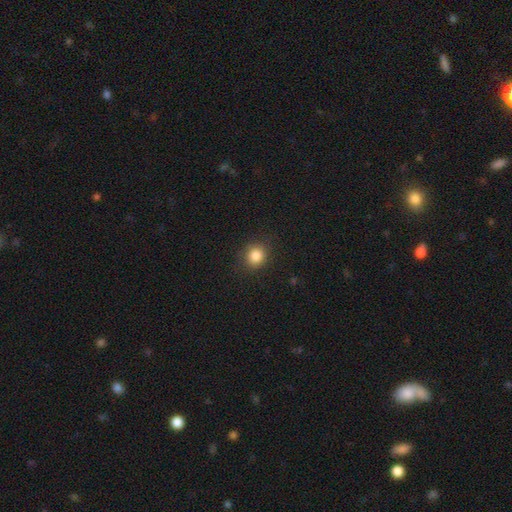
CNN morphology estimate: This appears to be a smooth galaxy with no disk features (85%) that is round (79%). Merging: none (85%).